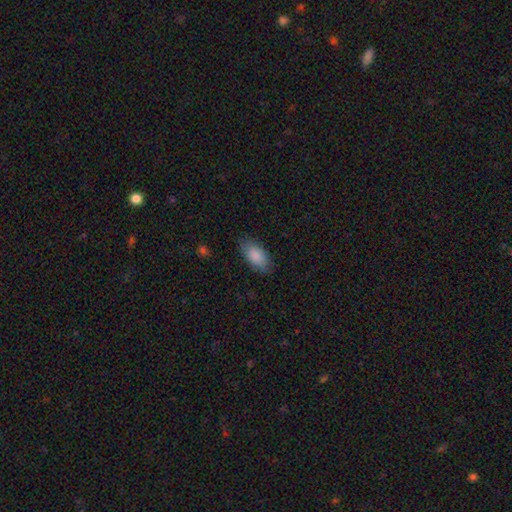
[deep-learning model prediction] Q: Smooth or featured?
A: smooth (88%); runner-up: star or artifact (6%)
Q: How rounded?
A: in between (94%); runner-up: cigar-shaped (4%)
Q: Merging?
A: none (82%); runner-up: minor disturbance (14%)